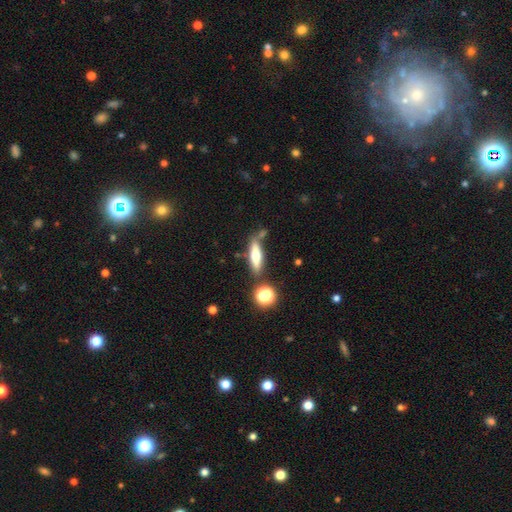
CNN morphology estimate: A smooth galaxy with no disk features (56%) that is cigar-shaped (65%). Merging: none (68%).